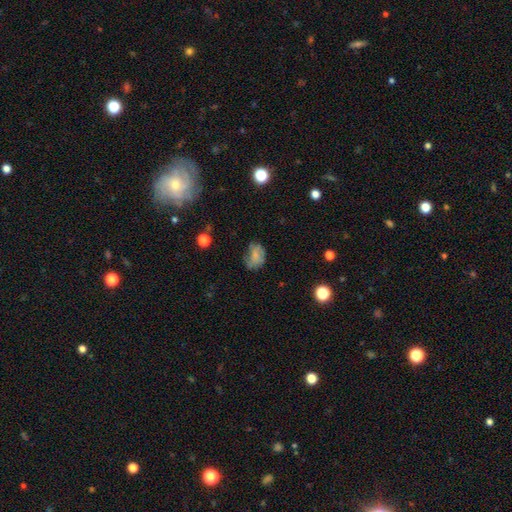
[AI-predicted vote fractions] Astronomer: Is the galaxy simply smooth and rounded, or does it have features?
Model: smooth — 61%.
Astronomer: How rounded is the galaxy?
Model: in between — 75%.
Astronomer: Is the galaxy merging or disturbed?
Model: none — 46% (runner-up: minor disturbance, 31%).